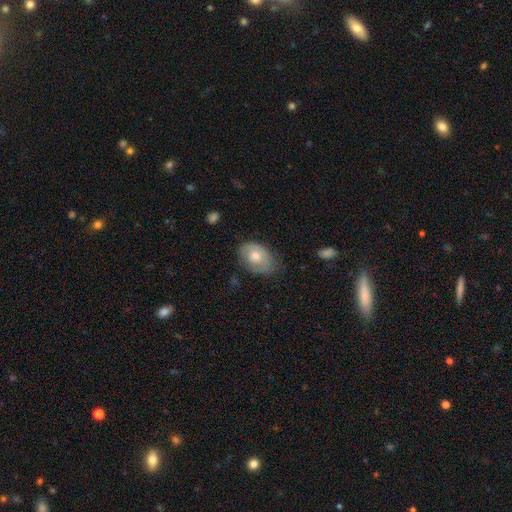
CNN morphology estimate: A smooth galaxy with no disk features (57%) that is in between round and cigar-shaped (79%). Merging: none (64%).